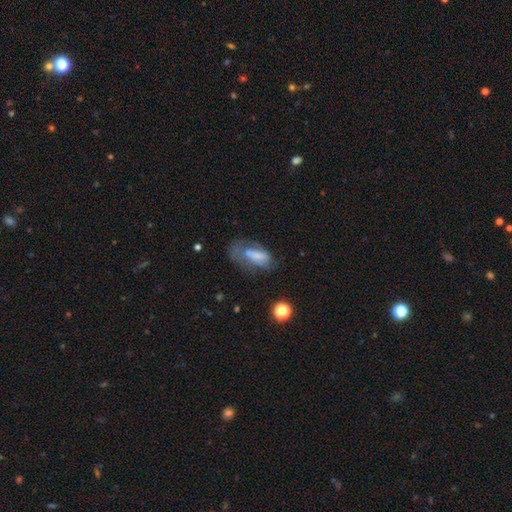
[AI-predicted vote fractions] smooth-or-featured: smooth: 54% | featured or disk: 36% | star or artifact: 11%
  how-rounded: in between: 81% | cigar-shaped: 15% | round: 5%
  merging: major disturbance: 35% | none: 32% | minor disturbance: 25% | merger: 8%